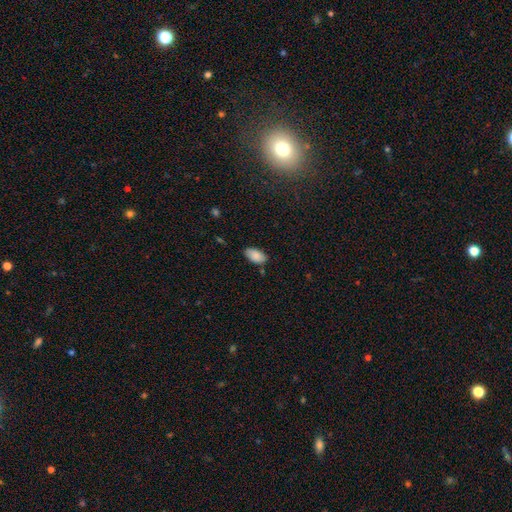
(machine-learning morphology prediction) smooth 87%, star or artifact 7%, featured or disk 6%. Down the decision tree: how rounded — in between (95%); merging — none (78%).